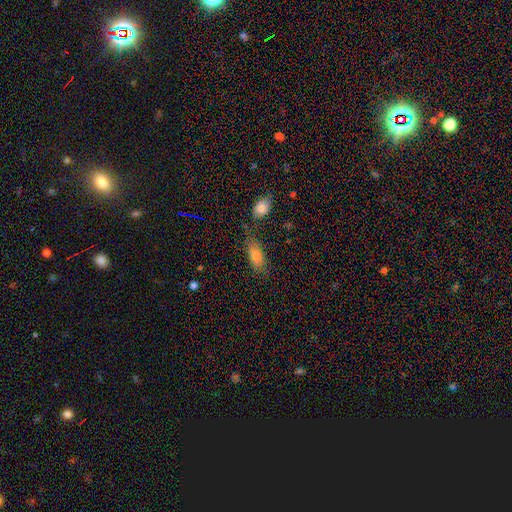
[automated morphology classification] Smooth or featured? smooth (77%)
How rounded? in between (77%)
Merging? none (61%)